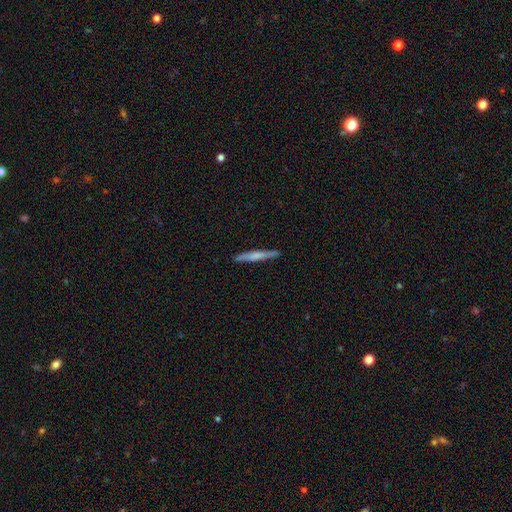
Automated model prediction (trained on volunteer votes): A smooth galaxy with no disk features (57%) that is cigar-shaped (95%). Merging: none (89%).